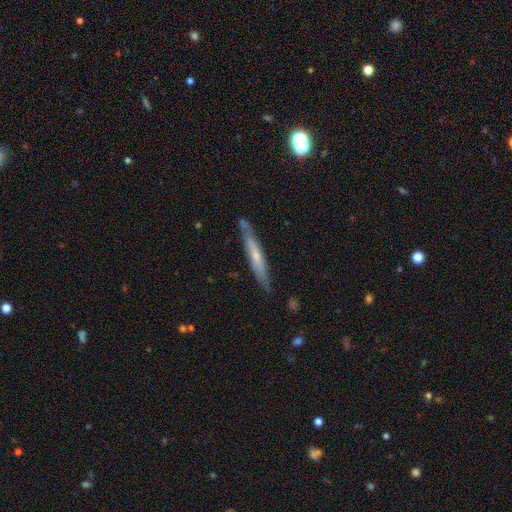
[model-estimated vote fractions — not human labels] Morphology: type=featured or disk (53%); edge-on=yes (84%); merging=none (80%).